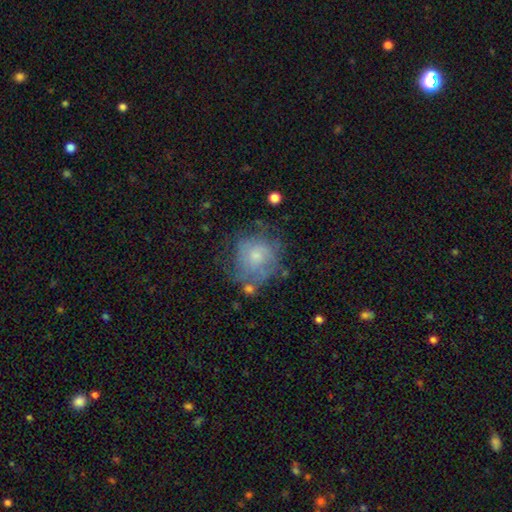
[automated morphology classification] smooth 48%, featured or disk 41%, star or artifact 11%. Down the decision tree: merging — none (54%).